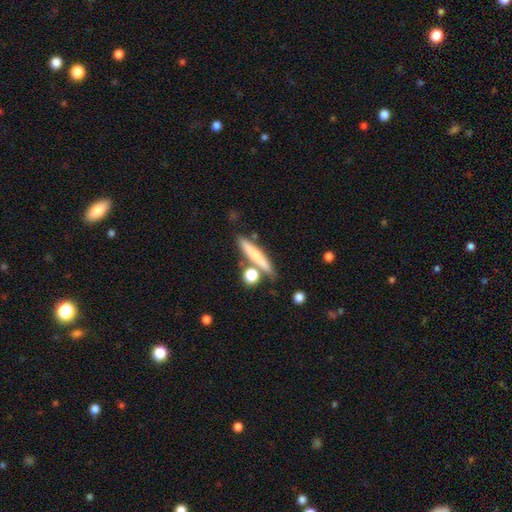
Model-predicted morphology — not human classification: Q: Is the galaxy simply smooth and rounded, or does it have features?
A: smooth — 68%.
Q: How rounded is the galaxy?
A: cigar-shaped — 82%.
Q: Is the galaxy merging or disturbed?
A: none — 70%.